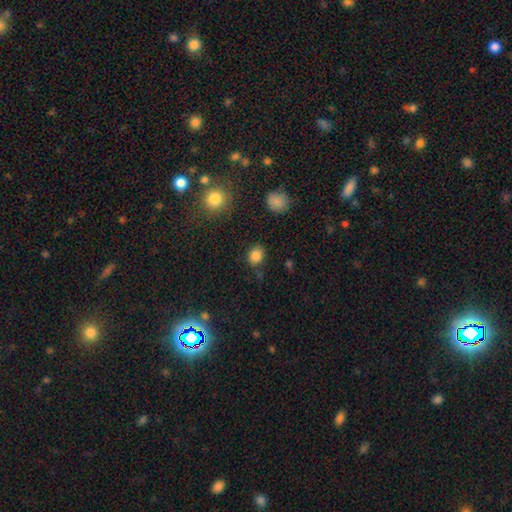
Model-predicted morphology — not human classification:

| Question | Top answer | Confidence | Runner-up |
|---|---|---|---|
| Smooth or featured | smooth | 83% | star or artifact (12%) |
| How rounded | round | 59% | in between (40%) |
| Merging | none | 78% | minor disturbance (15%) |